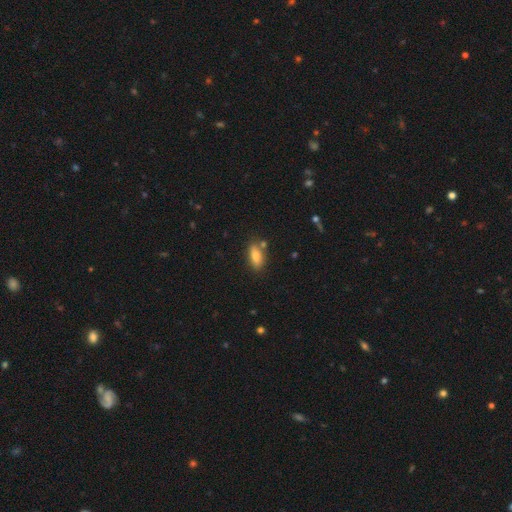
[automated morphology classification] smooth_or_featured: smooth (p=0.80) [alt: featured or disk p=0.12]
how_rounded: in between (p=0.77) [alt: cigar-shaped p=0.20]
merging: none (p=0.75) [alt: minor disturbance p=0.13]